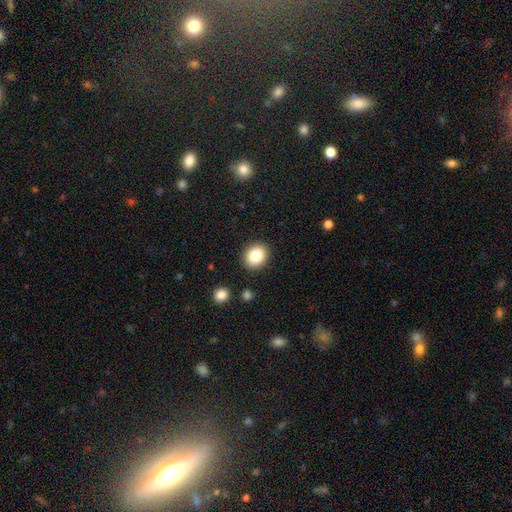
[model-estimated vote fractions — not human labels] Overall: smooth (84%). How rounded: round (59%; in between 41%). Merging: none (89%).